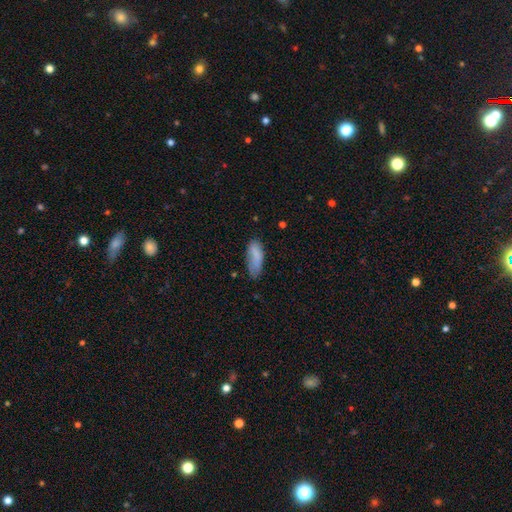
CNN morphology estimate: This is clearly a smooth galaxy (80%). How rounded: likely in between (72%). Merging: possibly none (50%).